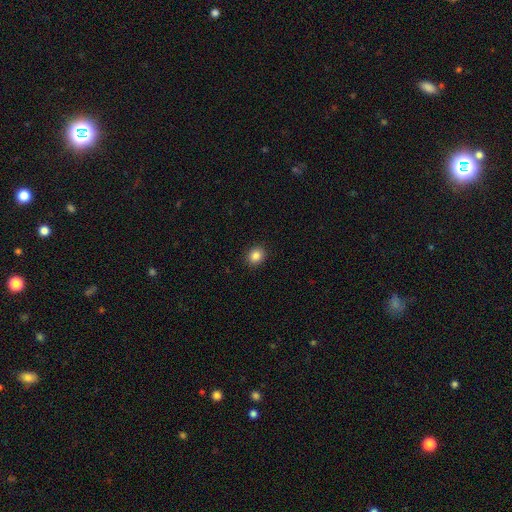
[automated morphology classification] smooth-or-featured: smooth: 85% | star or artifact: 10% | featured or disk: 5%
  how-rounded: round: 71% | in between: 28% | cigar-shaped: 1%
  merging: none: 91% | minor disturbance: 6% | major disturbance: 2% | merger: 1%